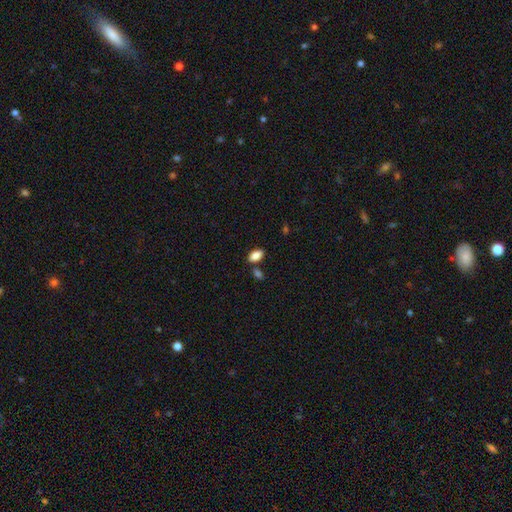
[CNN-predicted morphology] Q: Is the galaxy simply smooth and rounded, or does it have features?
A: smooth — 87%.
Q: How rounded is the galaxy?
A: in between — 92%.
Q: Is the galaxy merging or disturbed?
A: none — 77%.